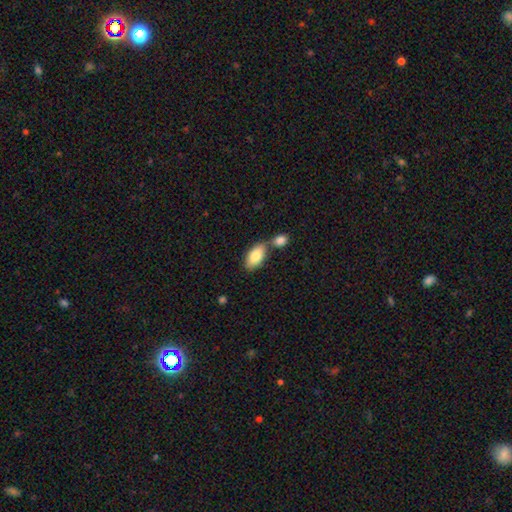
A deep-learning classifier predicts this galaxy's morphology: Q: Smooth or featured?
A: smooth (84%); runner-up: featured or disk (11%)
Q: How rounded?
A: in between (93%); runner-up: cigar-shaped (4%)
Q: Merging?
A: none (46%); runner-up: merger (38%)